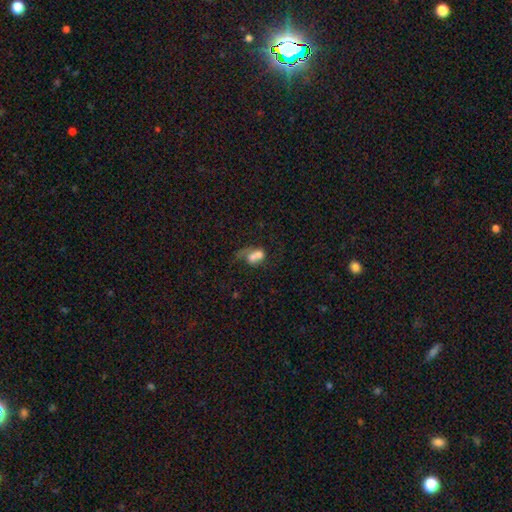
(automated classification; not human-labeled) Smooth or featured? Predicted: smooth (p=0.60). How rounded? Predicted: in between (p=0.58). Merging? Predicted: merger (p=0.64).